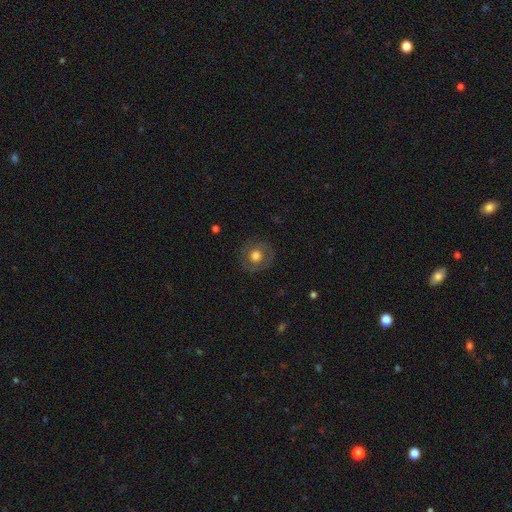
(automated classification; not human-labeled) Smooth or featured?
  - smooth: 63% *
  - featured or disk: 28%
  - star or artifact: 9%
How rounded?
  - round: 90% *
  - in between: 9%
  - cigar-shaped: 1%
Merging?
  - none: 84% *
  - minor disturbance: 10%
  - major disturbance: 4%
  - merger: 1%